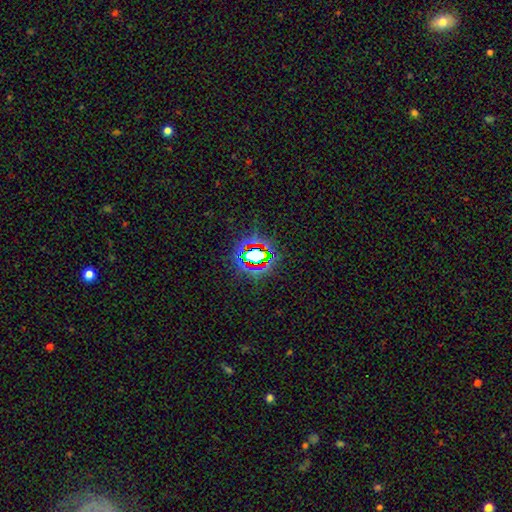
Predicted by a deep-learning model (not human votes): Smooth or featured: star or artifact — 71% (smooth — 18%)